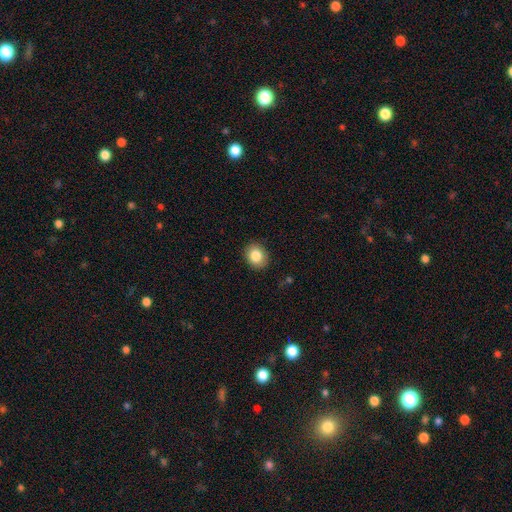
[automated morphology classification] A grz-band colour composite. It shows a smooth galaxy with no disk features (84%) that is round (57%). Merging: none (89%).